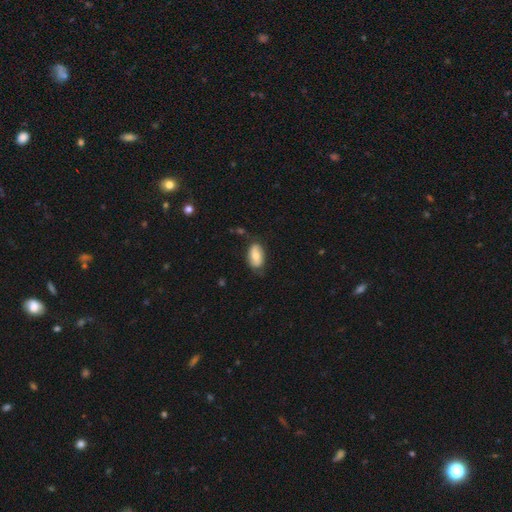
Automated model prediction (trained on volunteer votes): The model was most divided on "smooth or featured": smooth: 69%, featured or disk: 25%, star or artifact: 7%. More confident: how rounded — in between (93%); merging — none (69%).